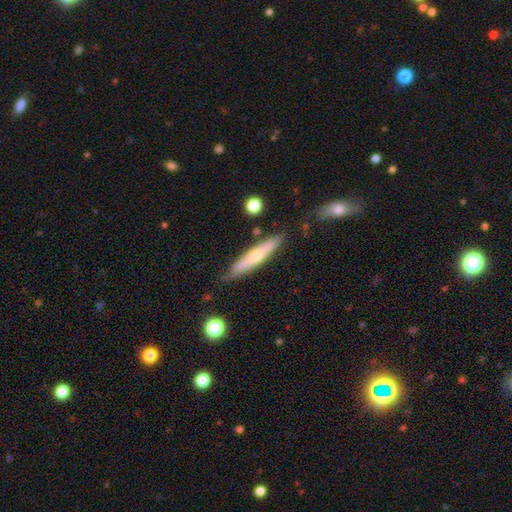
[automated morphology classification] Smooth or featured? featured or disk (47%, tied with smooth)
Merging? none (80%)